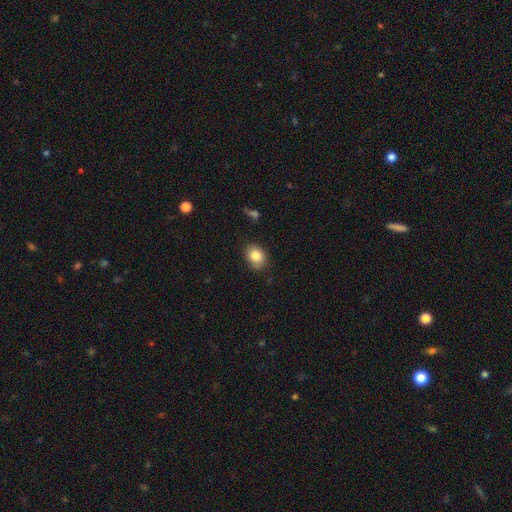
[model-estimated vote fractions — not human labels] Smooth or featured?
  - smooth: 84% *
  - star or artifact: 9%
  - featured or disk: 8%
How rounded?
  - in between: 51% *
  - round: 48%
  - cigar-shaped: 1%
Merging?
  - none: 78% *
  - minor disturbance: 17%
  - major disturbance: 3%
  - merger: 2%